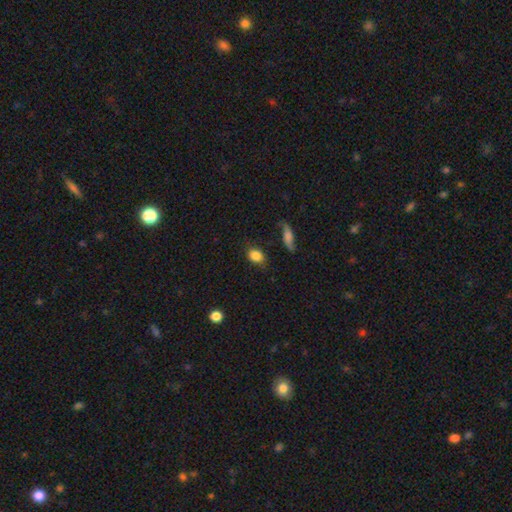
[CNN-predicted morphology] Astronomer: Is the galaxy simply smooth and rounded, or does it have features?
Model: smooth — 85%.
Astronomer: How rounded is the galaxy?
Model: in between — 61%.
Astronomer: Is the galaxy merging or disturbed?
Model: none — 75%.